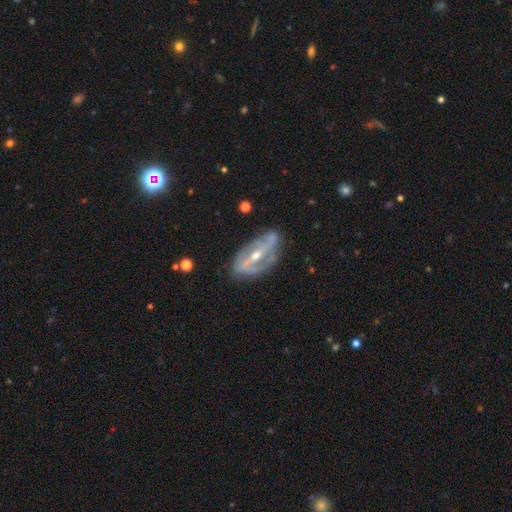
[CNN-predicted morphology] smooth_or_featured: featured or disk (p=0.86) [alt: smooth p=0.09]
disk_edge_on: no (p=0.89) [alt: yes p=0.11]
bar: strong (p=0.59) [alt: weak p=0.25]
has_spiral_arms: yes (p=0.87) [alt: no p=0.13]
spiral_winding: medium (p=0.38) [alt: loose p=0.36]
spiral_arm_count: 2 (p=0.81) [alt: can't tell p=0.10]
bulge_size: small (p=0.50) [alt: moderate p=0.47]
merging: none (p=0.71) [alt: minor disturbance p=0.20]